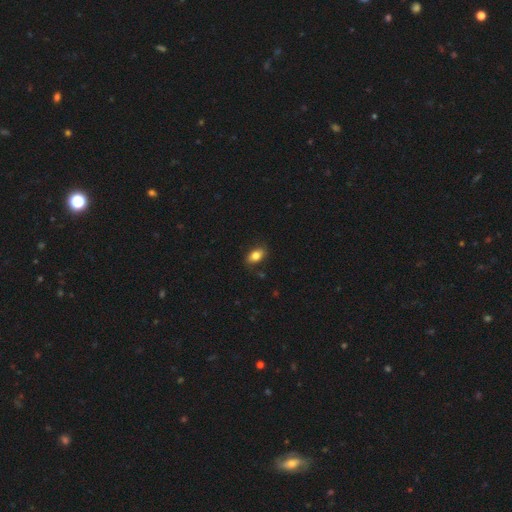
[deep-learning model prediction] smooth-or-featured: smooth: 82% | featured or disk: 10% | star or artifact: 8%
  how-rounded: in between: 86% | round: 11% | cigar-shaped: 3%
  merging: none: 83% | minor disturbance: 13% | major disturbance: 3% | merger: 1%